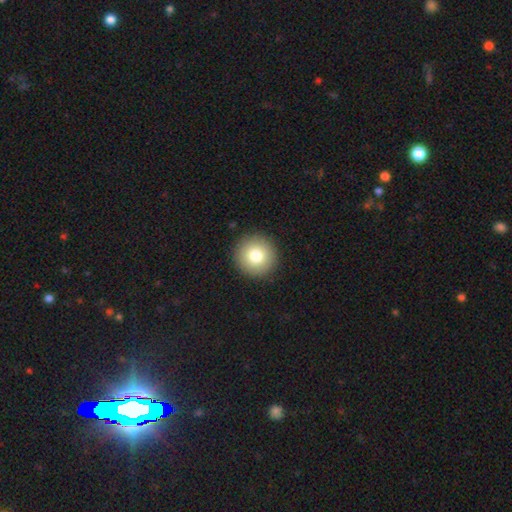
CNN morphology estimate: smooth-or-featured: smooth: 80% | featured or disk: 11% | star or artifact: 10%
  how-rounded: round: 95% | in between: 5% | cigar-shaped: 1%
  merging: none: 92% | minor disturbance: 5% | major disturbance: 2% | merger: 1%